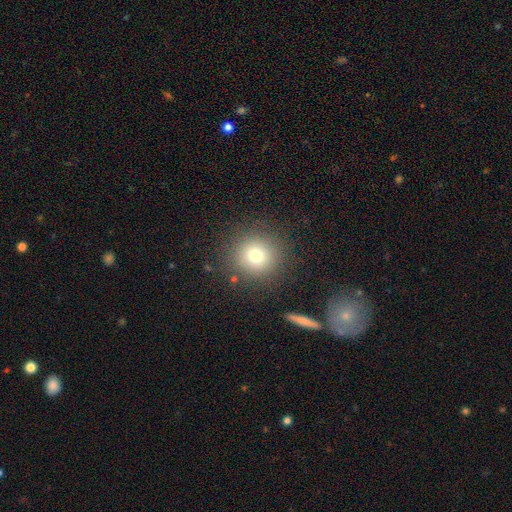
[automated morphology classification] Q: Smooth or featured?
A: smooth (75%); runner-up: star or artifact (14%)
Q: How rounded?
A: round (92%); runner-up: in between (7%)
Q: Merging?
A: none (86%); runner-up: minor disturbance (8%)